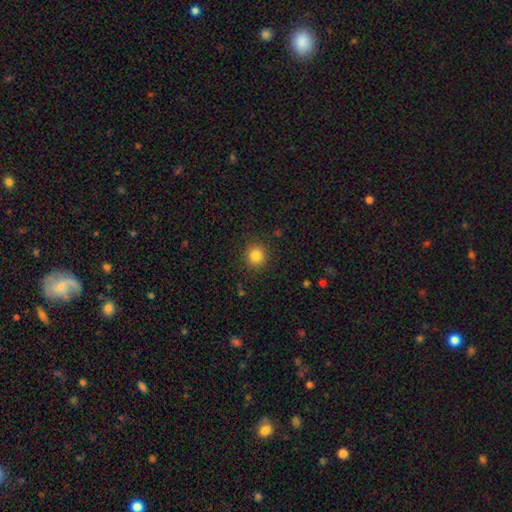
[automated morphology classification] smooth 84%, star or artifact 11%, featured or disk 5%. Down the decision tree: how rounded — round (89%); merging — none (90%).